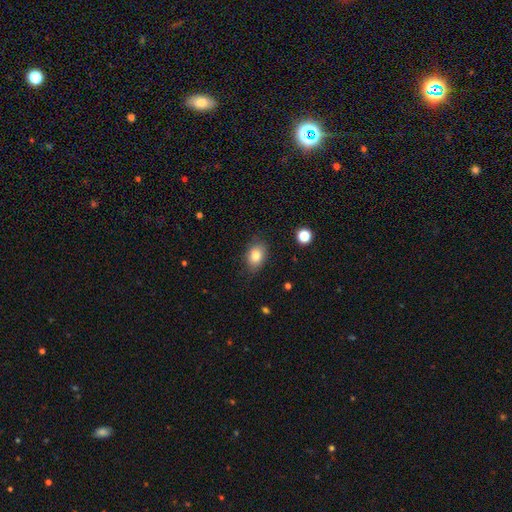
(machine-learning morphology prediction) Smooth or featured? smooth (84%)
How rounded? in between (78%)
Merging? none (80%)